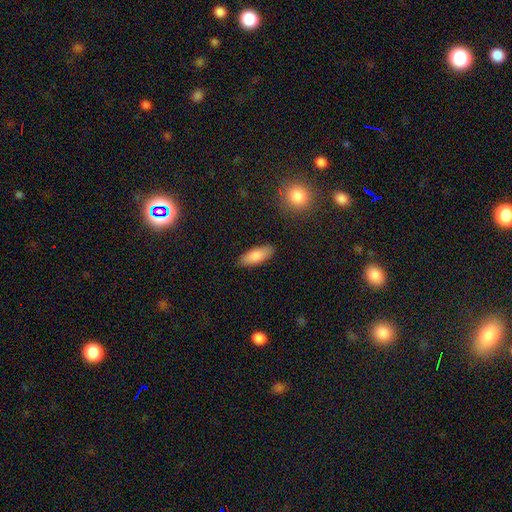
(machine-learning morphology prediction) Smooth or featured: smooth — 84% (featured or disk — 10%)
How rounded: in between — 72% (cigar-shaped — 26%)
Merging: none — 86% (minor disturbance — 10%)